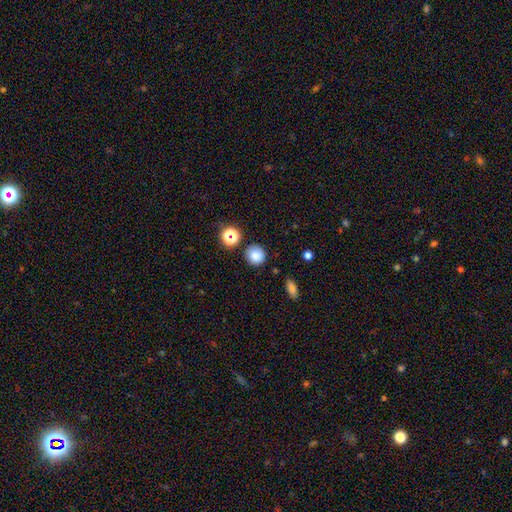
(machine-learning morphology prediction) The model was most divided on "smooth or featured": smooth: 82%, star or artifact: 12%, featured or disk: 6%. More confident: how rounded — round (89%); merging — none (82%).